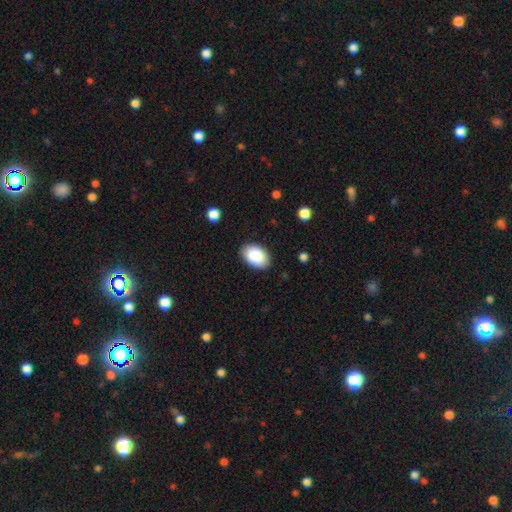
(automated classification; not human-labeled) Overall: smooth (88%). How rounded: in between (88%). Merging: none (86%).